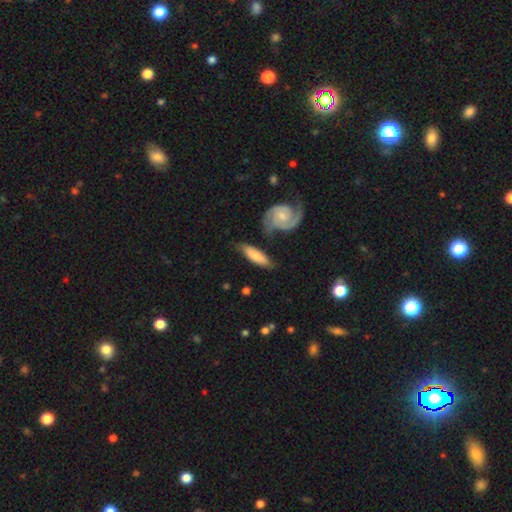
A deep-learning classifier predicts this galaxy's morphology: This appears to be a smooth galaxy with no disk features (57%) that is in between round and cigar-shaped (50%). Merging: none (58%).